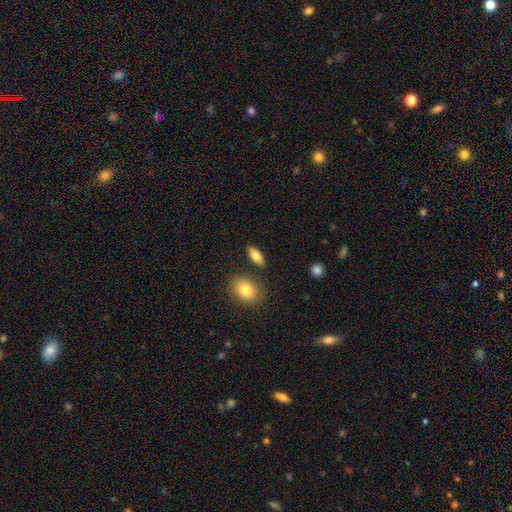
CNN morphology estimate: type=smooth (80%); roundness=in between (83%); merging=none (83%).